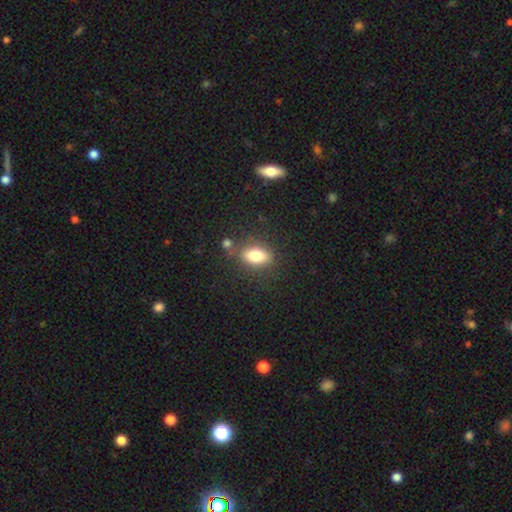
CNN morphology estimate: smooth_or_featured: smooth (p=0.78) [alt: featured or disk p=0.12]
how_rounded: in between (p=0.82) [alt: round p=0.10]
merging: none (p=0.76) [alt: minor disturbance p=0.13]